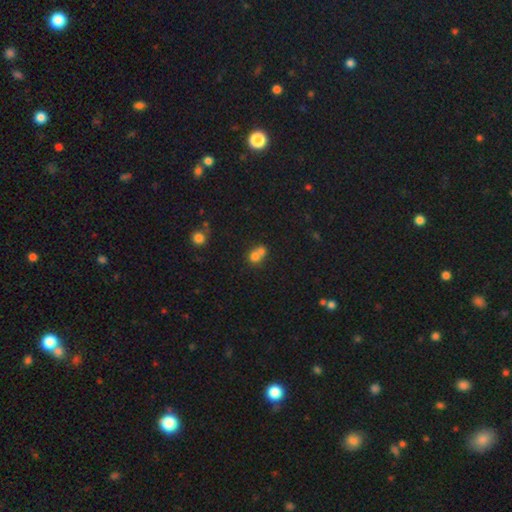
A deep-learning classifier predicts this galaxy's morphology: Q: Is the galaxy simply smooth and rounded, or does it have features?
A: smooth — 71%.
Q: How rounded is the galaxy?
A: round — 72%.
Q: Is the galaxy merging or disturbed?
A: merger — 63%.